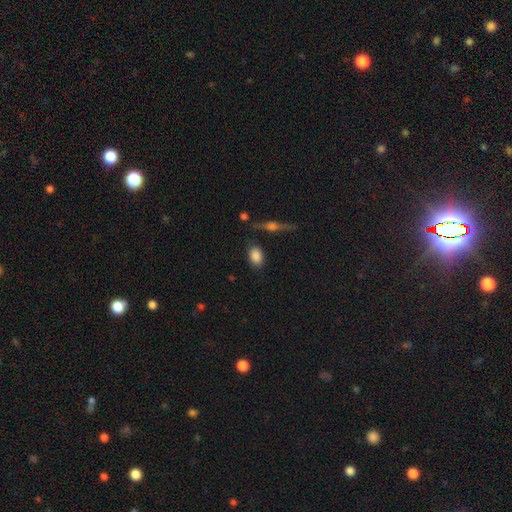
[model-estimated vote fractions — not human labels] Smooth or featured? smooth (84%)
How rounded? in between (75%)
Merging? none (80%)